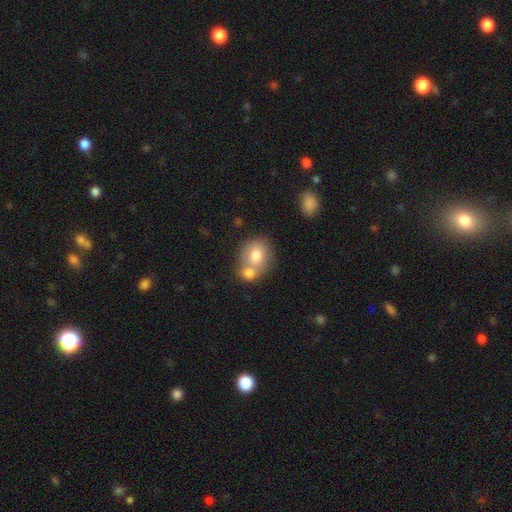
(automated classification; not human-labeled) smooth_or_featured: smooth (p=0.76) [alt: featured or disk p=0.16]
how_rounded: round (p=0.65) [alt: in between p=0.34]
merging: merger (p=0.50) [alt: none p=0.37]